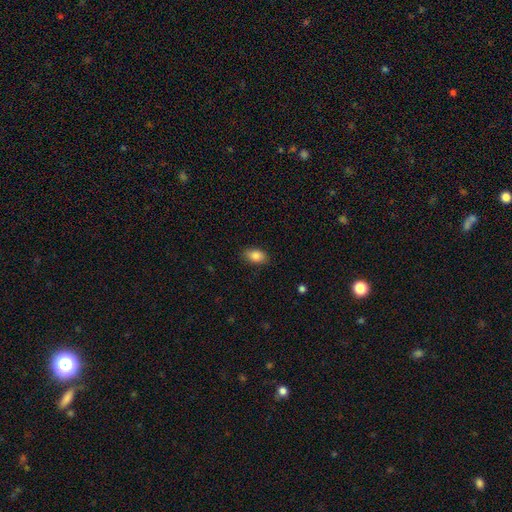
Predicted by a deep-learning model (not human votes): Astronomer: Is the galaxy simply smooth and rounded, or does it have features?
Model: smooth — 85%.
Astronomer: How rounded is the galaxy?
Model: in between — 87%.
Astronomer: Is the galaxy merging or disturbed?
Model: none — 84%.